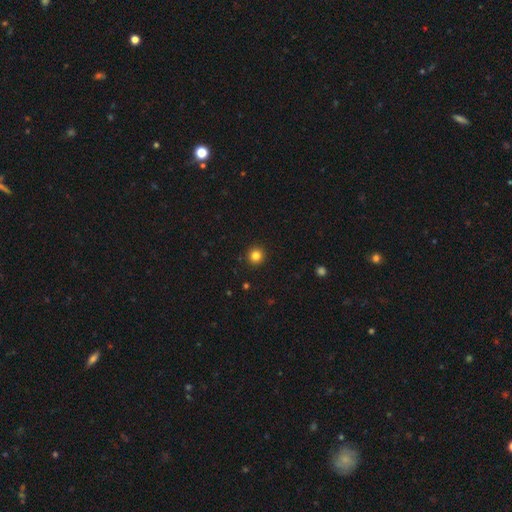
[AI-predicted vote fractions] Q: Smooth or featured?
A: smooth (82%); runner-up: star or artifact (13%)
Q: How rounded?
A: round (95%); runner-up: in between (4%)
Q: Merging?
A: none (93%); runner-up: minor disturbance (4%)